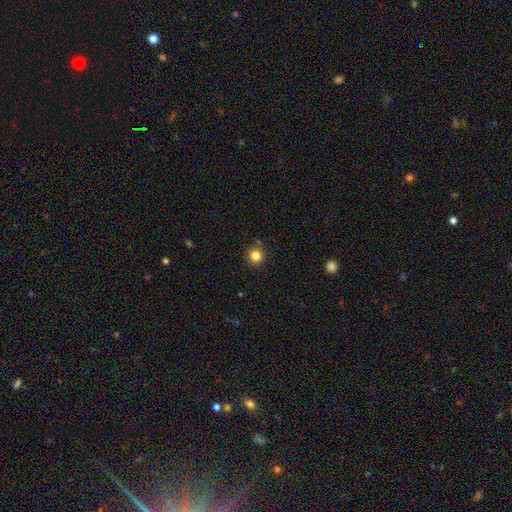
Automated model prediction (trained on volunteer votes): Morphology: type=smooth (84%); roundness=round (95%); merging=none (87%).